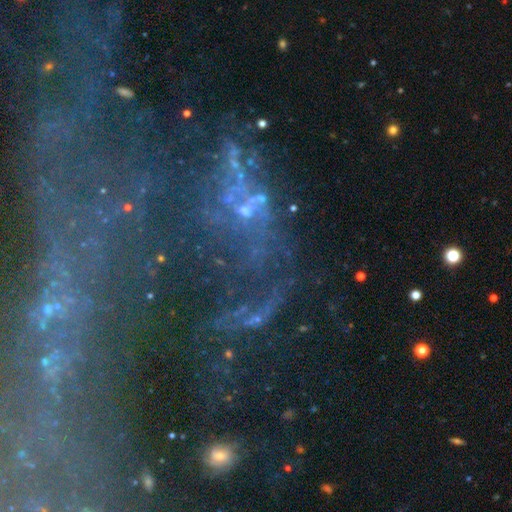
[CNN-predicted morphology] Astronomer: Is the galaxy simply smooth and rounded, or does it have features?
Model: star or artifact — 45% (runner-up: featured or disk, 40%).